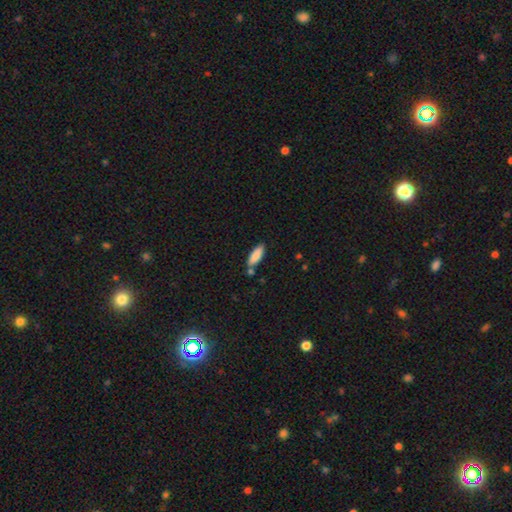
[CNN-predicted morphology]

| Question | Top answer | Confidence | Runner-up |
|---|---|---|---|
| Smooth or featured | smooth | 86% | featured or disk (8%) |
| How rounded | in between | 55% | cigar-shaped (44%) |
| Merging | none | 73% | minor disturbance (14%) |